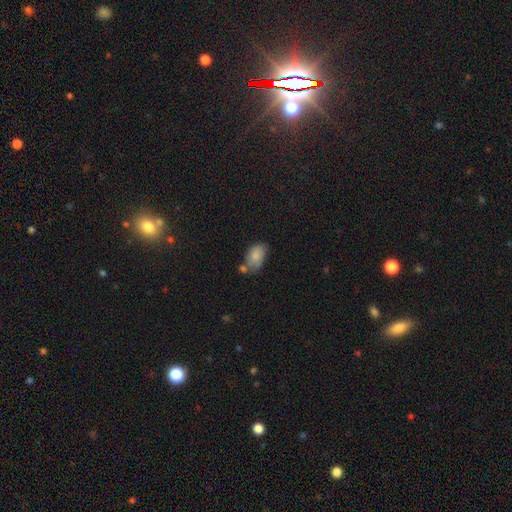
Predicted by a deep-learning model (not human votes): Smooth or featured? Predicted: smooth (p=0.79). How rounded? Predicted: in between (p=0.90). Merging? Predicted: none (p=0.46).